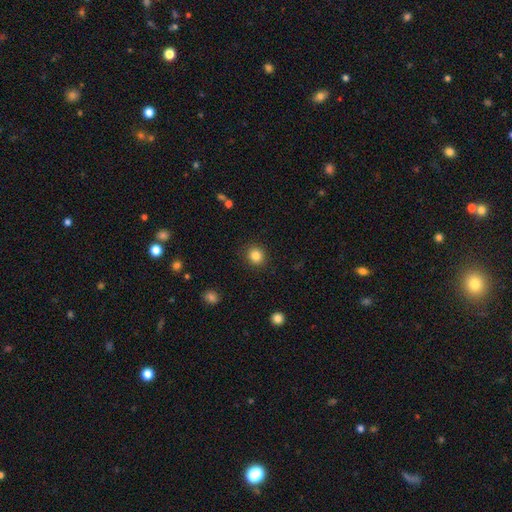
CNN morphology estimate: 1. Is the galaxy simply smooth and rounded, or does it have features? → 84% smooth, 11% star or artifact, 5% featured or disk.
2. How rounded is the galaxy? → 87% round, 12% in between, 1% cigar-shaped.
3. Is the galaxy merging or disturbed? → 89% none, 7% minor disturbance, 3% major disturbance, 1% merger.